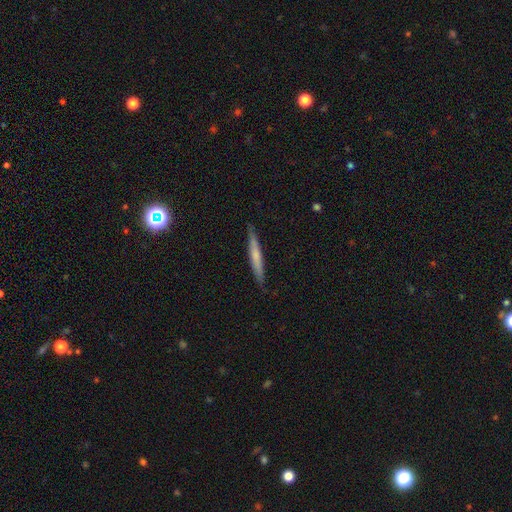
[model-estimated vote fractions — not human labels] smooth-or-featured: smooth: 56% | featured or disk: 39% | star or artifact: 6%
  how-rounded: cigar-shaped: 96% | in between: 3% | round: 1%
  merging: none: 87% | minor disturbance: 10% | major disturbance: 2% | merger: 1%